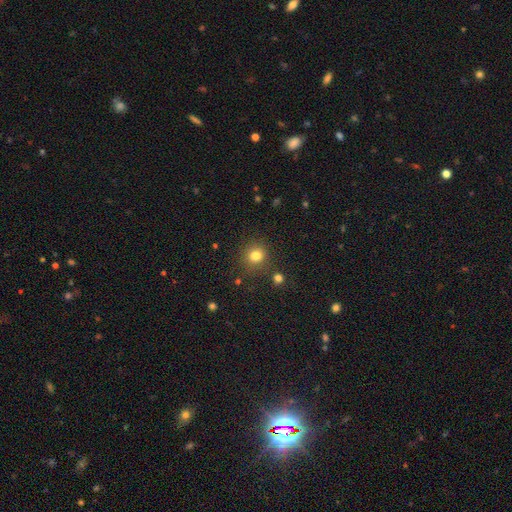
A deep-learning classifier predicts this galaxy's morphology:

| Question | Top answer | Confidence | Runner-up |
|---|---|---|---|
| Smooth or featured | smooth | 80% | star or artifact (14%) |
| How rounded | round | 87% | in between (12%) |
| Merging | none | 85% | minor disturbance (8%) |